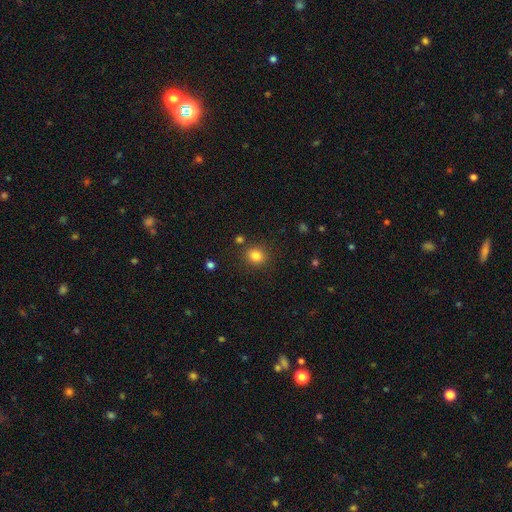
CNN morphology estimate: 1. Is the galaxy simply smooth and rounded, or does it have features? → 82% smooth, 12% star or artifact, 5% featured or disk.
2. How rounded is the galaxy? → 80% round, 19% in between, 1% cigar-shaped.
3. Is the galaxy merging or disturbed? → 85% none, 8% minor disturbance, 4% merger, 3% major disturbance.